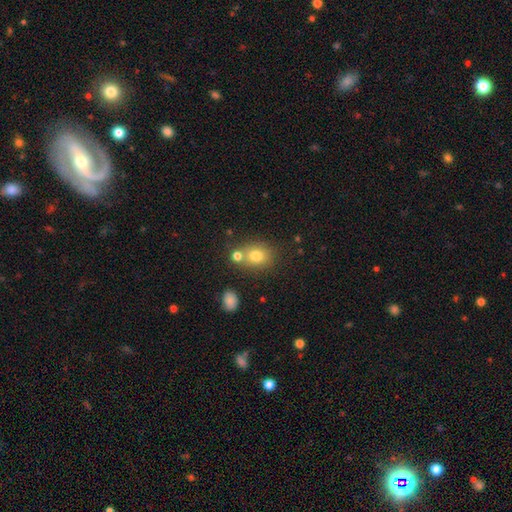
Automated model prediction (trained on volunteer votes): A smooth galaxy with no disk features (76%) that is round (59%).

Vote fractions:
- Smooth or featured? smooth: 76% / star or artifact: 13% / featured or disk: 12%
- How rounded? round: 59% / in between: 40% / cigar-shaped: 1%
- Merging? none: 60% / merger: 25% / minor disturbance: 11% / major disturbance: 4%